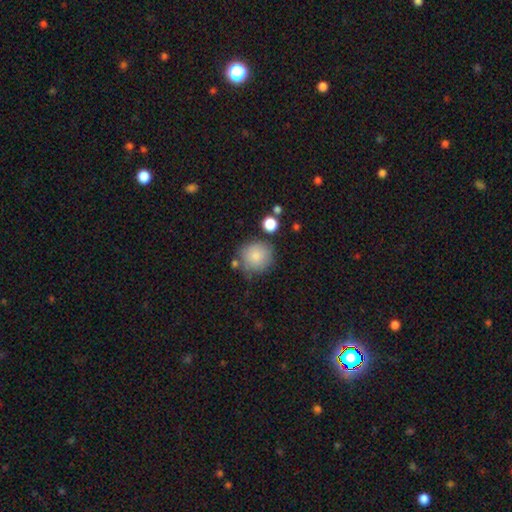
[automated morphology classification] Smooth or featured? smooth (84%)
How rounded? round (89%)
Merging? none (68%)